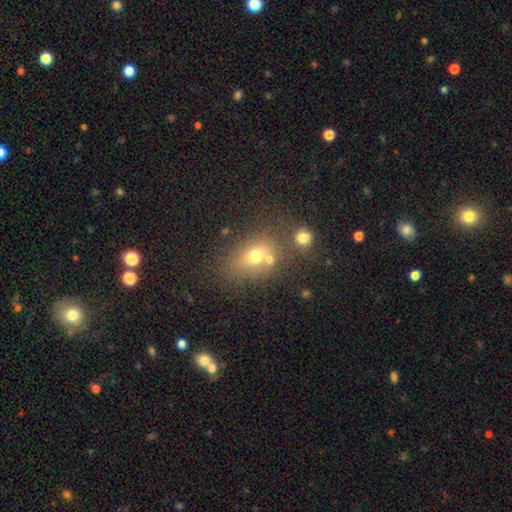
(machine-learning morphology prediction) type=smooth (67%); roundness=in between (65%); merging=none (53%).